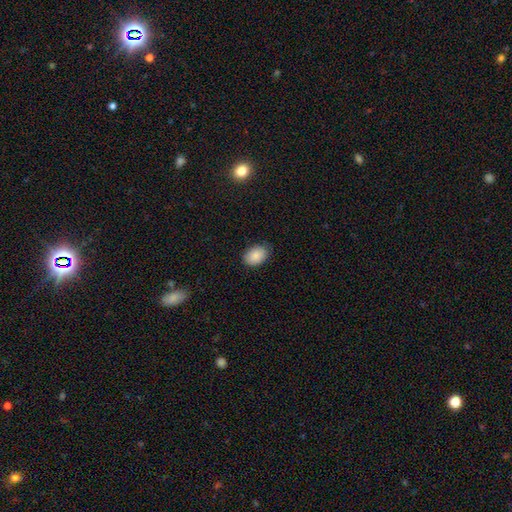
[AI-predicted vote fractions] Smooth or featured? smooth (88%)
How rounded? in between (82%)
Merging? none (82%)